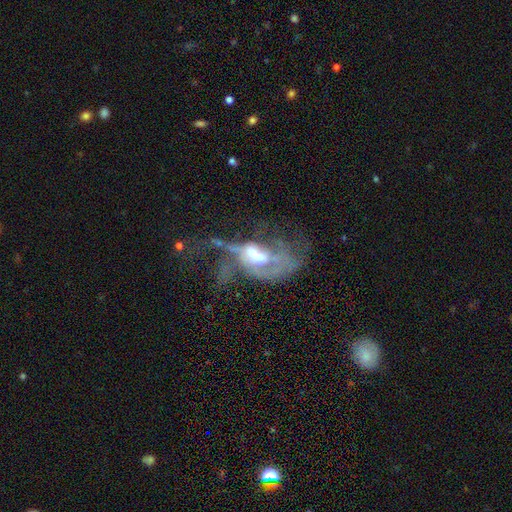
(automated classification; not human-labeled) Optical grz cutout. It shows a featured or disk galaxy (68%) with no bar (65%), no spiral arms (57%) and a moderate central bulge (59%). Merging: merger (43%).